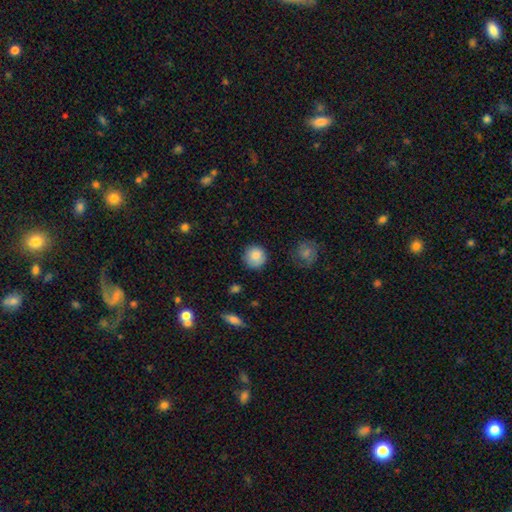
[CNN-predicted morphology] type=smooth (85%); roundness=round (92%); merging=none (82%).